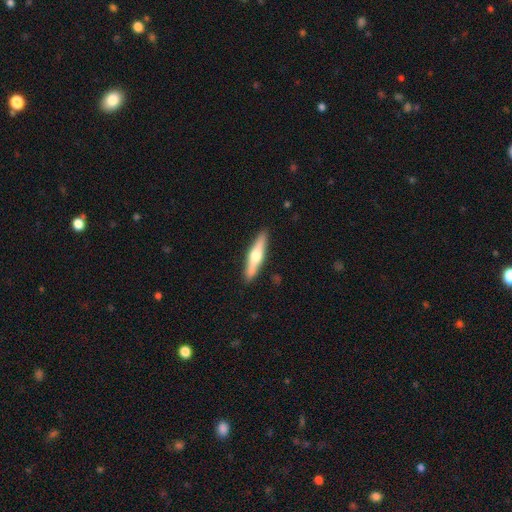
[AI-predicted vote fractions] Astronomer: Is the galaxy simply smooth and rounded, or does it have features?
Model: featured or disk — 54% (runner-up: smooth, 41%).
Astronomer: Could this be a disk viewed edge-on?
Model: yes — 94%.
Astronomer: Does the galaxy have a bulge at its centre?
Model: rounded — 92%.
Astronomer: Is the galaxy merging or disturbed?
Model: none — 90%.